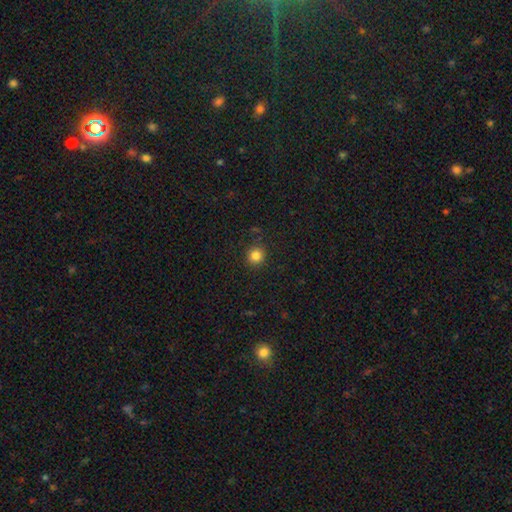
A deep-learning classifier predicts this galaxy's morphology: Overall: smooth (84%). How rounded: round (92%). Merging: none (89%).